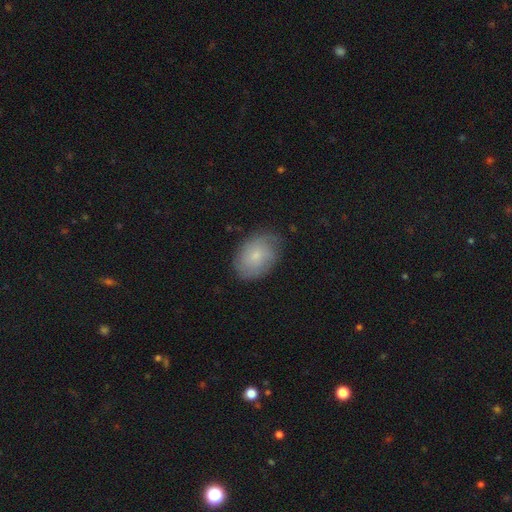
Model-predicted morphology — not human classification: Smooth or featured? smooth (59%)
How rounded? in between (80%)
Merging? none (73%)